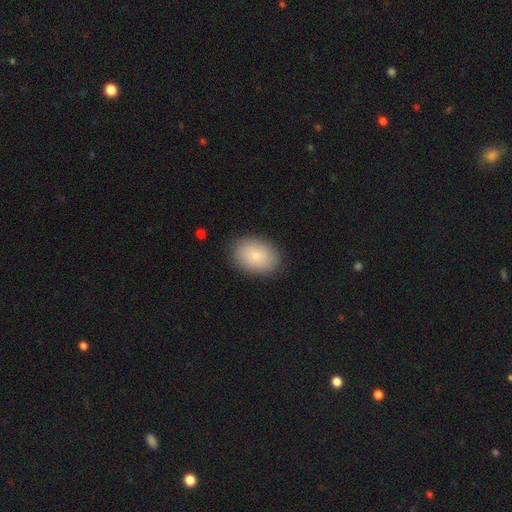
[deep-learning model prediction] Smooth or featured?
  - smooth: 82% *
  - featured or disk: 10%
  - star or artifact: 7%
How rounded?
  - in between: 73% *
  - round: 26%
  - cigar-shaped: 1%
Merging?
  - none: 87% *
  - minor disturbance: 10%
  - major disturbance: 3%
  - merger: 1%